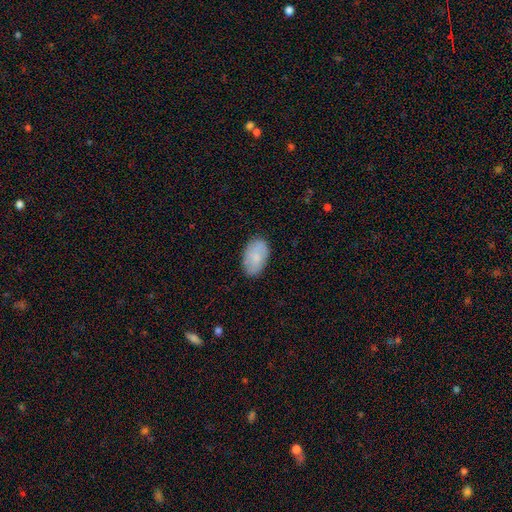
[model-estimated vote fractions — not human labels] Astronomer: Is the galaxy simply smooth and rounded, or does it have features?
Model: smooth — 77%.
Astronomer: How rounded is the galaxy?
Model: in between — 93%.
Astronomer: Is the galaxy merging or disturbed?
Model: none — 83%.